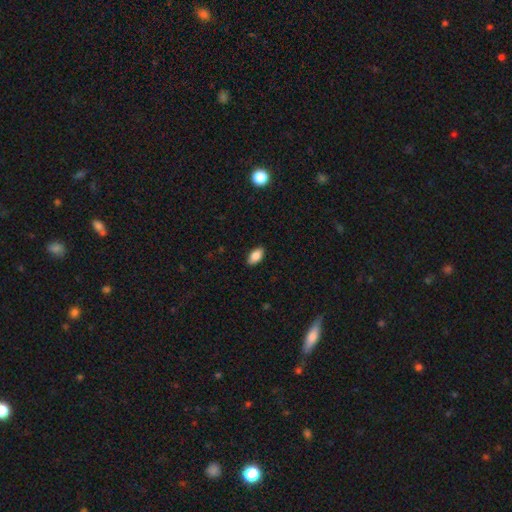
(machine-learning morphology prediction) Q: Smooth or featured?
A: smooth (86%); runner-up: star or artifact (7%)
Q: How rounded?
A: in between (92%); runner-up: cigar-shaped (4%)
Q: Merging?
A: none (88%); runner-up: minor disturbance (9%)